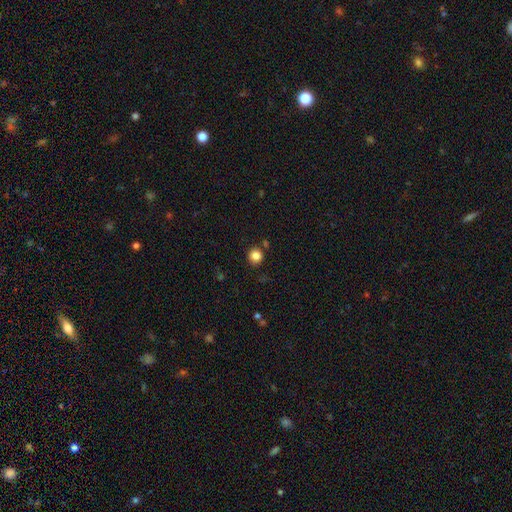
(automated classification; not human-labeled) smooth 83%, star or artifact 12%, featured or disk 5%. Down the decision tree: how rounded — round (90%); merging — none (85%).